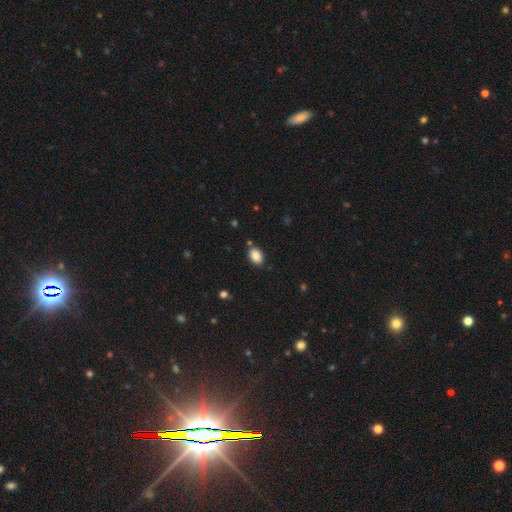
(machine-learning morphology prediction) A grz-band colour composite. It shows a smooth galaxy with no disk features (87%) that is in between round and cigar-shaped (80%). Merging: none (82%).